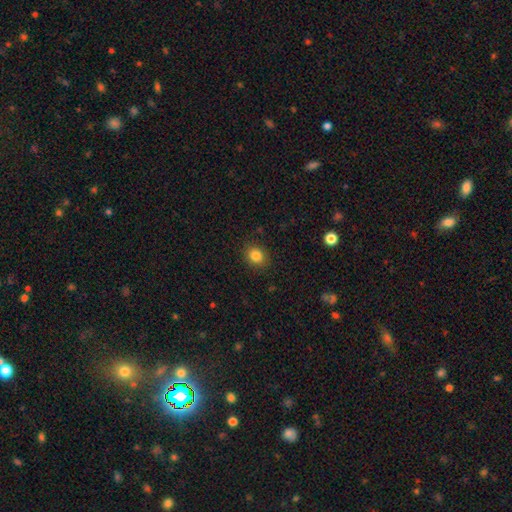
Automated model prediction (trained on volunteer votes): This is clearly a smooth galaxy (84%). How rounded: likely round (69%). Merging: clearly none (88%).